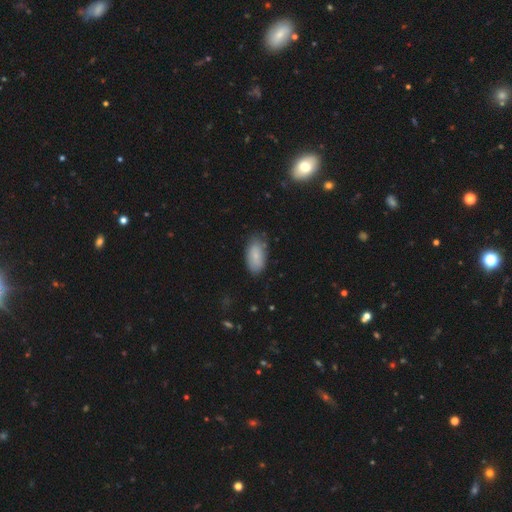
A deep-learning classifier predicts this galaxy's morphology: Overall: smooth (81%). How rounded: in between (92%). Merging: none (71%).